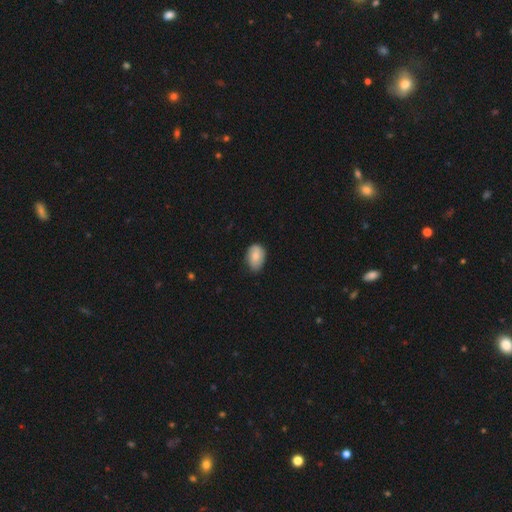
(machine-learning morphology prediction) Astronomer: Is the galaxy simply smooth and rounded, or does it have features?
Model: smooth — 77%.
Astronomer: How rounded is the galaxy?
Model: in between — 84%.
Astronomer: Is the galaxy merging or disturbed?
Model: none — 71%.